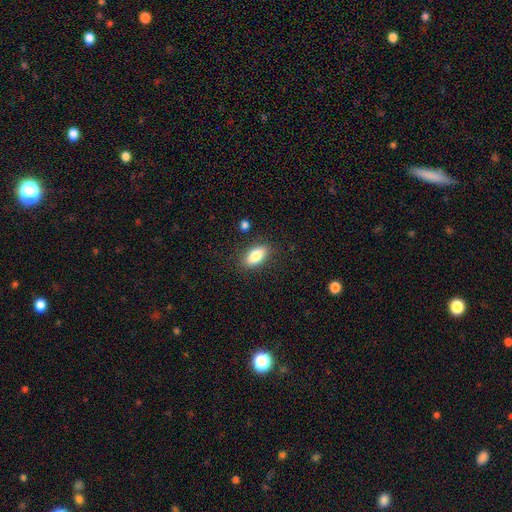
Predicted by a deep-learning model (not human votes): Smooth or featured? Predicted: smooth (p=0.82). How rounded? Predicted: in between (p=0.86). Merging? Predicted: none (p=0.84).